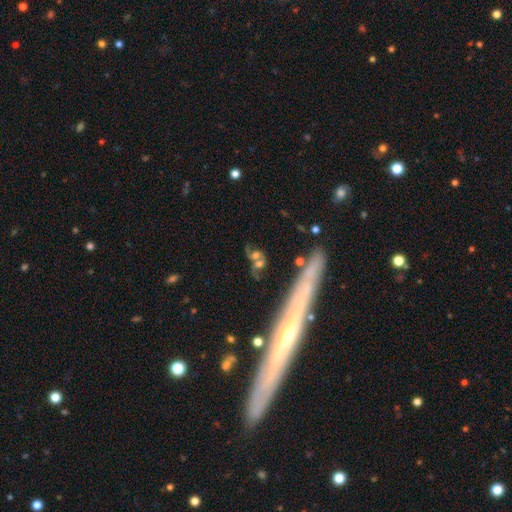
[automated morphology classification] Smooth or featured: smooth — 45% (featured or disk — 39%)
Merging: merger — 39% (none — 33%)